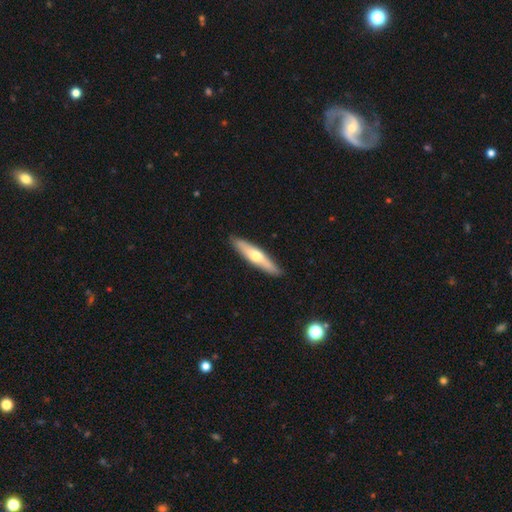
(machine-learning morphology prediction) smooth-or-featured: featured or disk: 48% | smooth: 46% | star or artifact: 5%
  merging: none: 89% | minor disturbance: 8% | major disturbance: 2% | merger: 1%